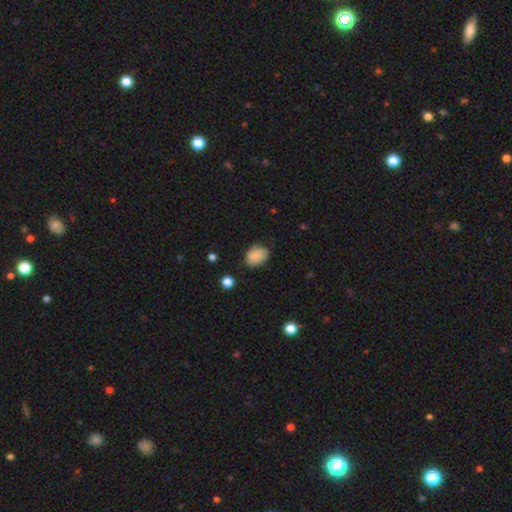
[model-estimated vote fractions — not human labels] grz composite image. It shows a smooth galaxy with no disk features (77%) that is in between round and cigar-shaped (68%). Merging: none (64%).